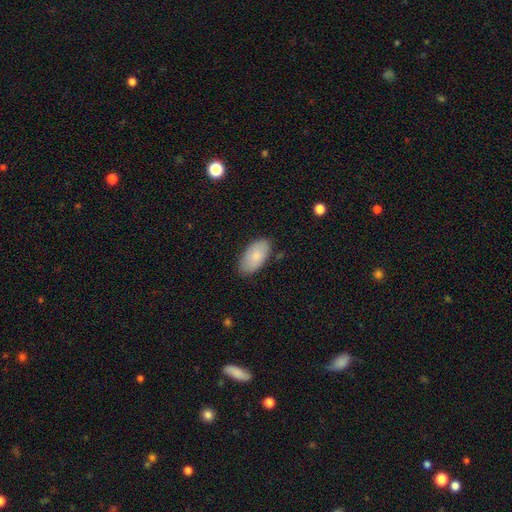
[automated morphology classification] A smooth galaxy with no disk features (82%) that is in between round and cigar-shaped (95%). Merging: none (82%).